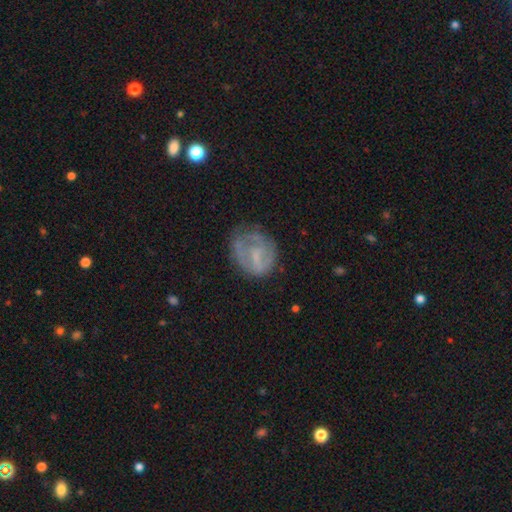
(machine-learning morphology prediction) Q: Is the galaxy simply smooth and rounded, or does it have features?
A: featured or disk — 55%.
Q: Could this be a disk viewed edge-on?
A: no — 97%.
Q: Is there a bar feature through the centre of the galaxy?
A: no — 45%.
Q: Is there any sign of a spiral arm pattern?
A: no — 52%.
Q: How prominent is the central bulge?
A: none — 40%.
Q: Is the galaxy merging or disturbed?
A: none — 51%.